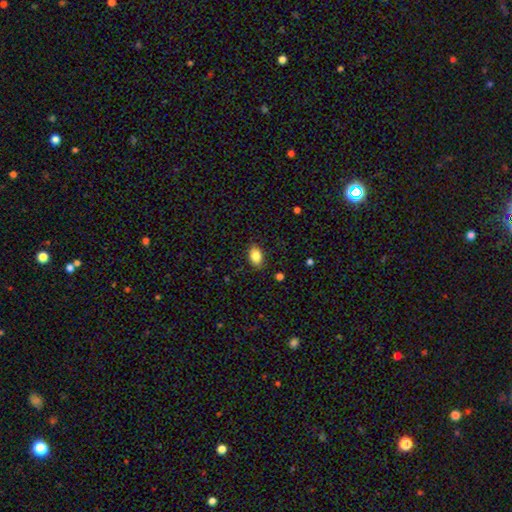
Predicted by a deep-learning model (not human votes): This is clearly a smooth galaxy (85%). How rounded: clearly in between (86%). Merging: clearly none (86%).